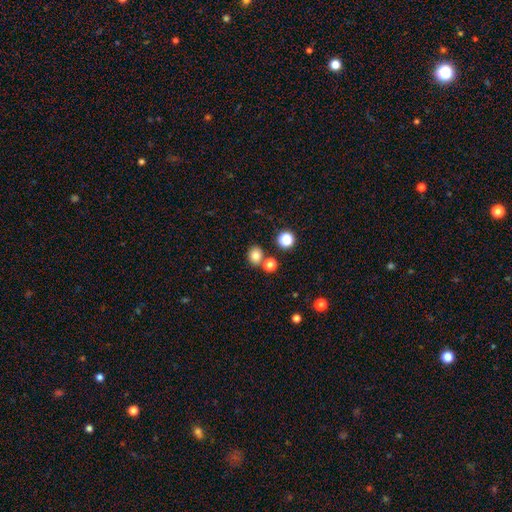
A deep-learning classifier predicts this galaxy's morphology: Smooth or featured: smooth — 80% (star or artifact — 14%)
How rounded: round — 63% (in between — 36%)
Merging: none — 74% (merger — 13%)